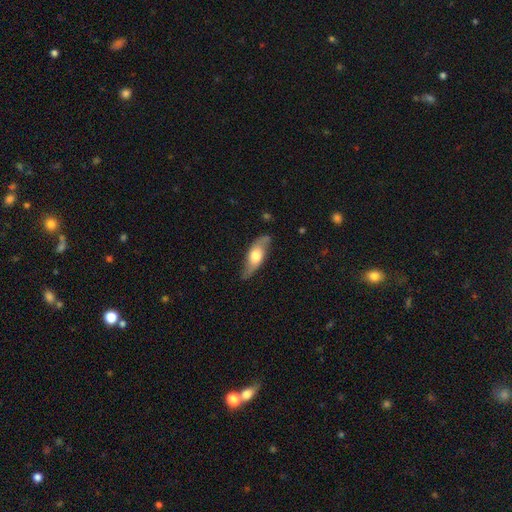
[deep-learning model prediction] Morphology: type=featured or disk (50%); edge-on=no (56%); merging=none (72%).